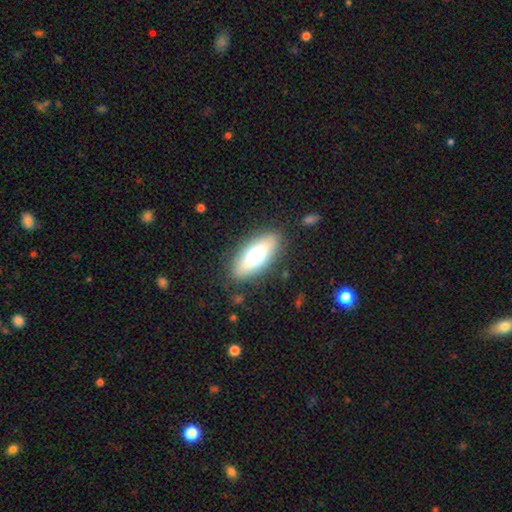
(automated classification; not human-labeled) Smooth or featured: smooth — 62% (featured or disk — 30%)
How rounded: in between — 74% (cigar-shaped — 22%)
Merging: none — 85% (minor disturbance — 10%)